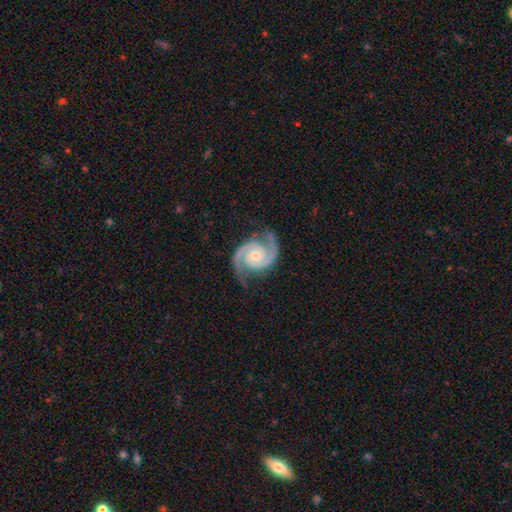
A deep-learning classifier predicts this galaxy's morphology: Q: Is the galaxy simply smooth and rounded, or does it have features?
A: featured or disk — 94%.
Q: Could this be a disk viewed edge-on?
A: no — 98%.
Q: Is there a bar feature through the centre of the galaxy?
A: no — 70%.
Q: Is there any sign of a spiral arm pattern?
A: yes — 99%.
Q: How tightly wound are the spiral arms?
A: tight — 49%.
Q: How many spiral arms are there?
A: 2 — 94%.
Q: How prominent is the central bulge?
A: small — 49%.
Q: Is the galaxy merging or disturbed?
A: none — 81%.